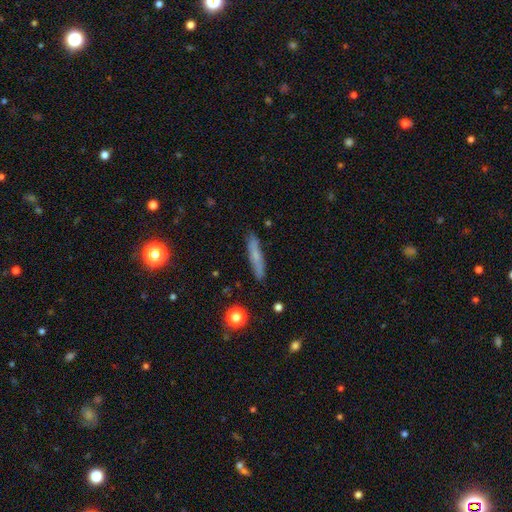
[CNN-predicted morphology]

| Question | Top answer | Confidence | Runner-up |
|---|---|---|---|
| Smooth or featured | smooth | 62% | featured or disk (29%) |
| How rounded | cigar-shaped | 90% | in between (8%) |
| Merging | none | 87% | minor disturbance (10%) |